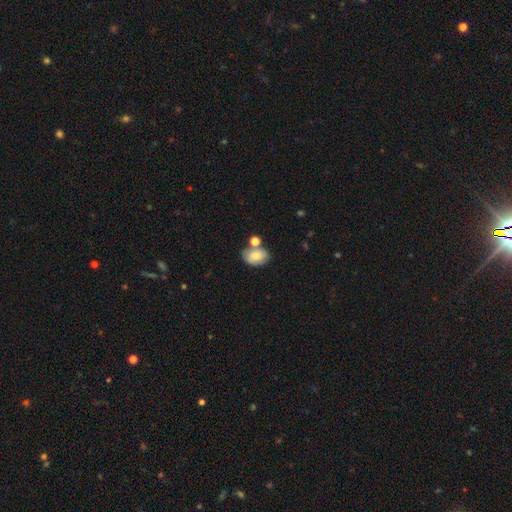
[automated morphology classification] smooth_or_featured: smooth (p=0.72) [alt: featured or disk p=0.20]
how_rounded: in between (p=0.76) [alt: round p=0.23]
merging: none (p=0.54) [alt: merger p=0.23]